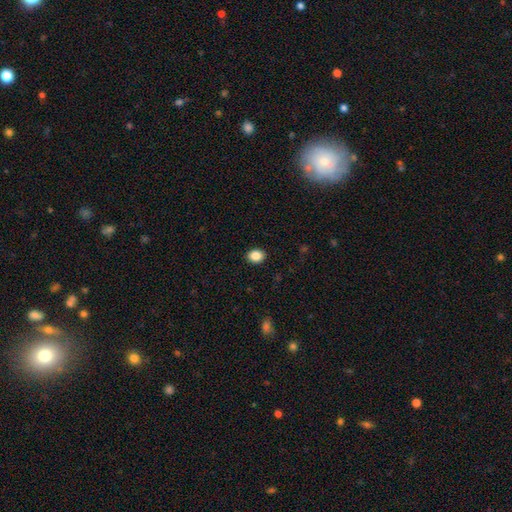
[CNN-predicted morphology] Overall: smooth (87%). How rounded: in between (61%; round 38%). Merging: none (90%).